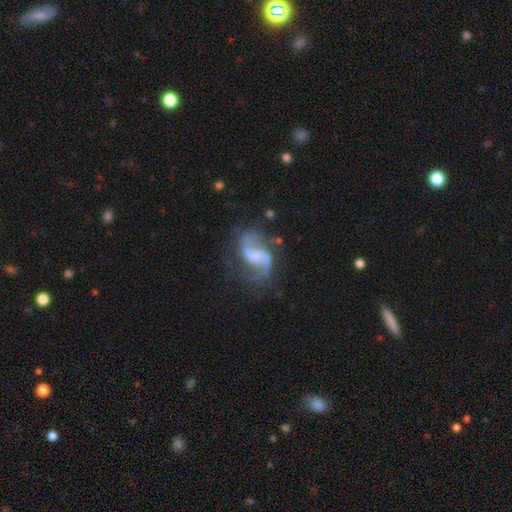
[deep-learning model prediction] featured or disk 86%, smooth 8%, star or artifact 6%. Down the decision tree: edge-on disk — no (98%); bar — weak (52%); spiral arms — yes (95%); spiral arm count — 2 (90%); spiral winding — loose (51%); bulge size — none (33%); merging — none (59%).